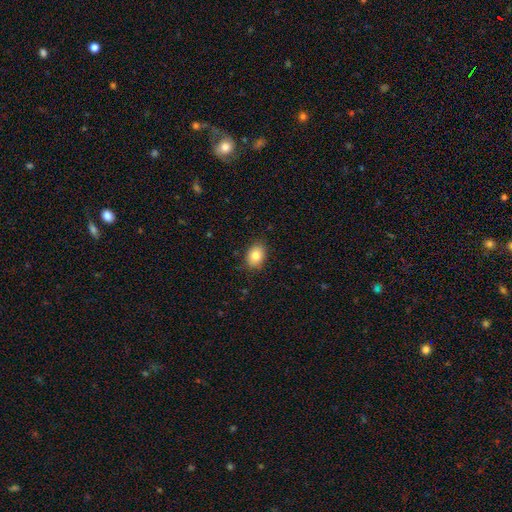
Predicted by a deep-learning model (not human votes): Smooth or featured? smooth (83%)
How rounded? in between (74%)
Merging? none (86%)